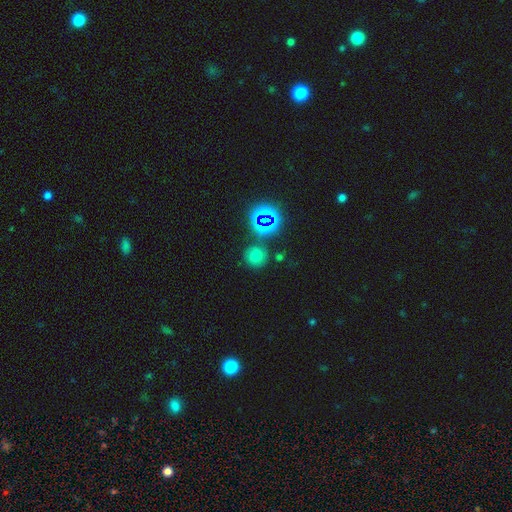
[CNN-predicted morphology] Smooth or featured? smooth (63%)
How rounded? round (89%)
Merging? none (75%)